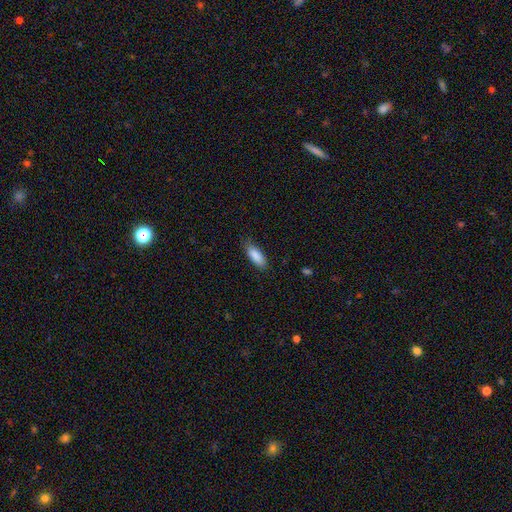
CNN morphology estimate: Overall: smooth (88%). How rounded: in between (74%). Merging: none (79%).